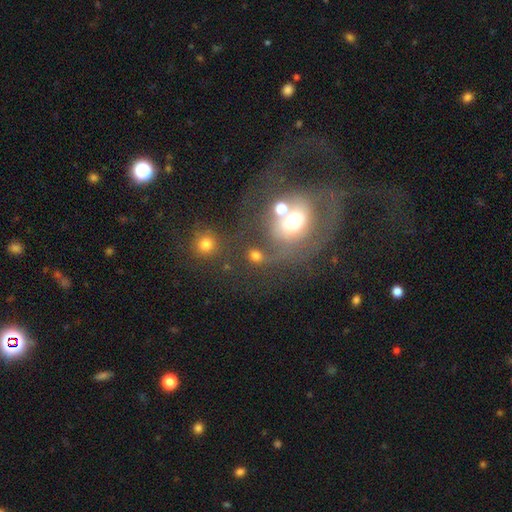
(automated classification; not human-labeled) Smooth or featured: smooth — 67% (star or artifact — 19%)
How rounded: round — 70% (in between — 28%)
Merging: none — 51% (merger — 22%)